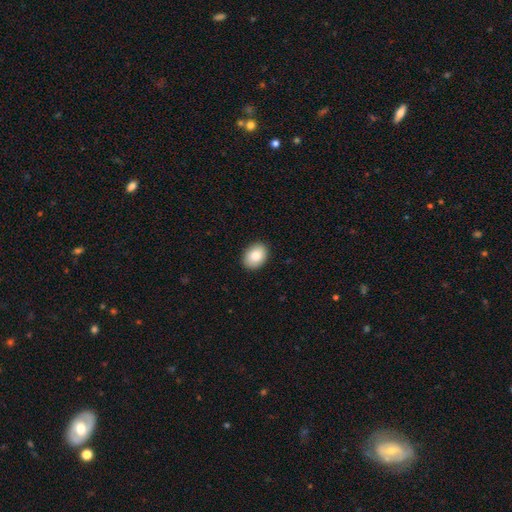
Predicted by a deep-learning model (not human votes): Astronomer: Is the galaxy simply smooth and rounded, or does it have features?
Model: smooth — 85%.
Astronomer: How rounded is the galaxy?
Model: in between — 72%.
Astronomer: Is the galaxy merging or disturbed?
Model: none — 91%.